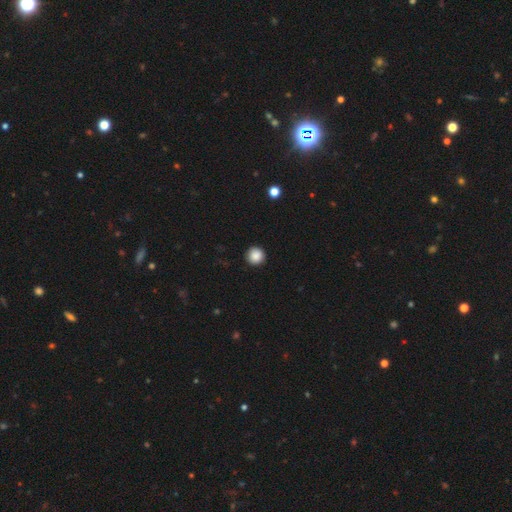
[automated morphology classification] smooth-or-featured: smooth: 88% | star or artifact: 9% | featured or disk: 3%
  how-rounded: round: 96% | in between: 3% | cigar-shaped: 1%
  merging: none: 92% | minor disturbance: 5% | major disturbance: 2% | merger: 1%